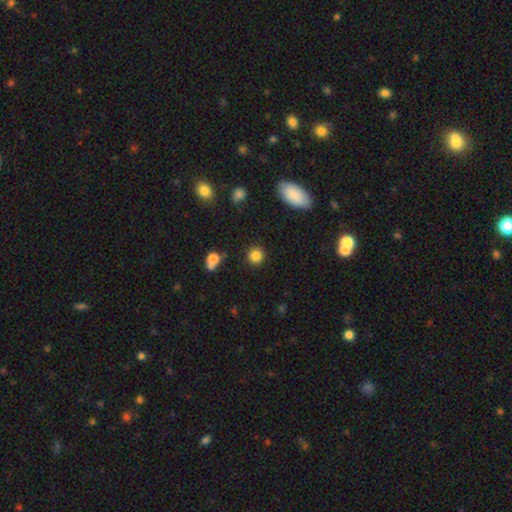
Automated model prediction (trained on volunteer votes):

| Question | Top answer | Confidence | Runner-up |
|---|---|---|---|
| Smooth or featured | smooth | 83% | star or artifact (12%) |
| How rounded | round | 91% | in between (8%) |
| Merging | none | 88% | minor disturbance (7%) |